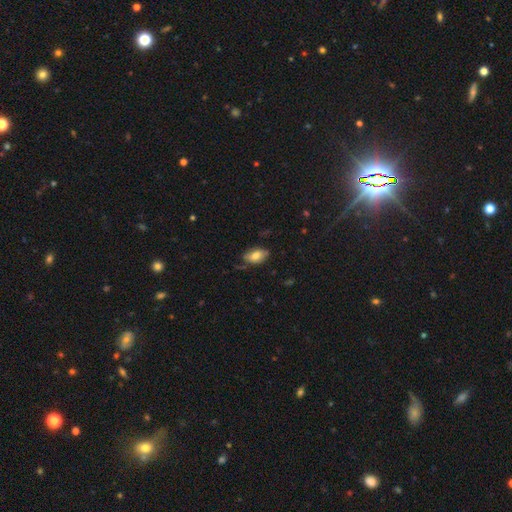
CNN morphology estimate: The model was most divided on "merging": none: 69%, minor disturbance: 24%, major disturbance: 5%, merger: 2%. More confident: how rounded — in between (91%); smooth or featured — smooth (76%).